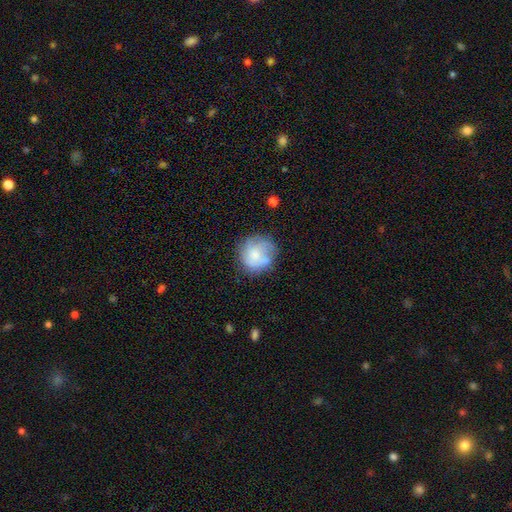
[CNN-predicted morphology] Q: Smooth or featured?
A: smooth (54%); runner-up: featured or disk (38%)
Q: How rounded?
A: round (88%); runner-up: in between (11%)
Q: Merging?
A: none (64%); runner-up: minor disturbance (22%)